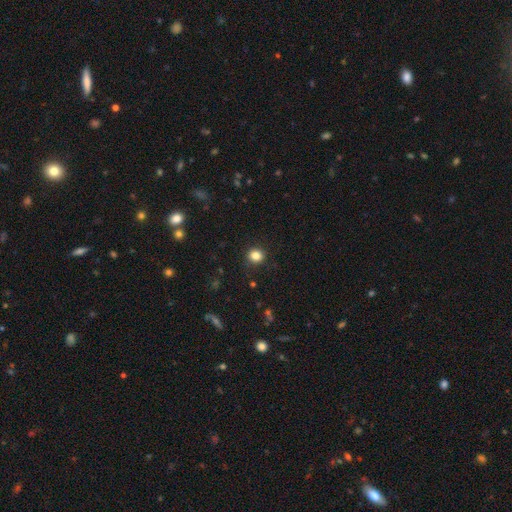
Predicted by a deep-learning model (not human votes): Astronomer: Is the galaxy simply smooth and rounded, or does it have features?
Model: smooth — 85%.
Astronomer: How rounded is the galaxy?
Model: round — 77%.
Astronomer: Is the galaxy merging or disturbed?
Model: none — 89%.